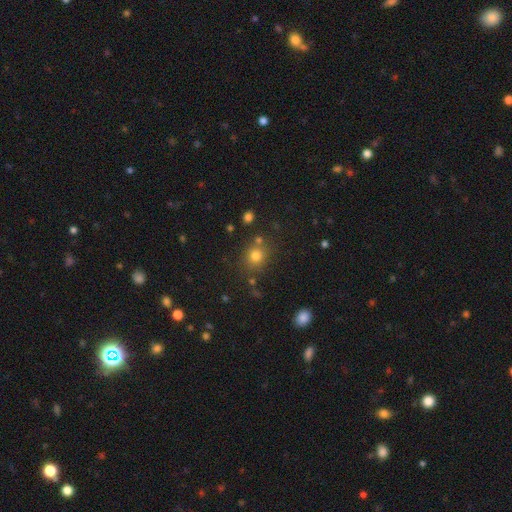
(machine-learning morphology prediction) This is likely a smooth galaxy (77%). How rounded: clearly round (81%). Merging: likely none (75%).